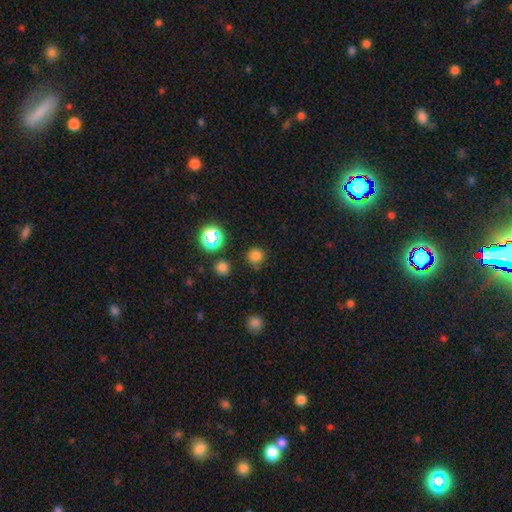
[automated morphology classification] smooth 75%, star or artifact 20%, featured or disk 5%. Down the decision tree: how rounded — round (94%); merging — none (82%).